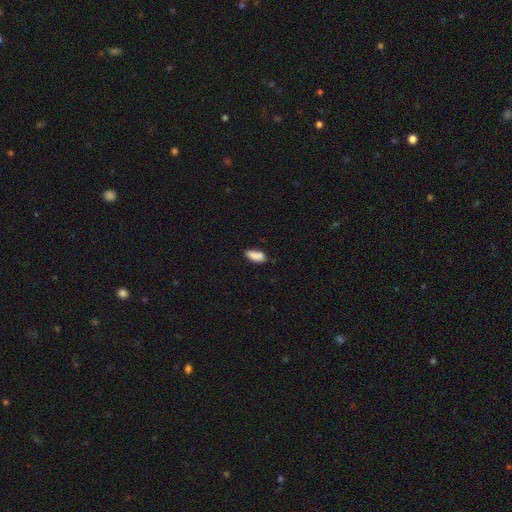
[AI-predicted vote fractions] smooth-or-featured: smooth: 85% | featured or disk: 8% | star or artifact: 7%
  how-rounded: in between: 80% | cigar-shaped: 18% | round: 2%
  merging: none: 71% | minor disturbance: 20% | merger: 6% | major disturbance: 3%